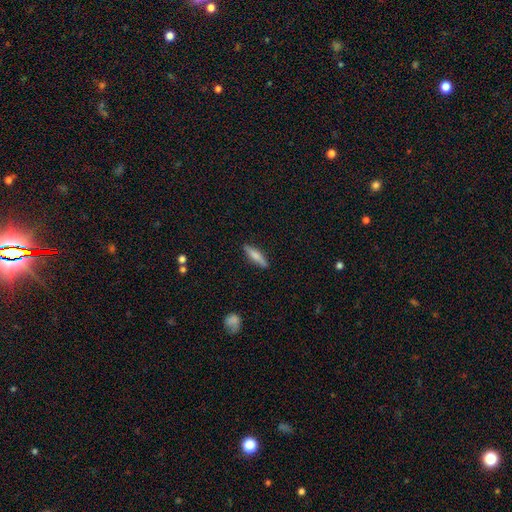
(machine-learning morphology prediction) Smooth or featured? Predicted: smooth (p=0.65). How rounded? Predicted: cigar-shaped (p=0.75). Merging? Predicted: none (p=0.87).